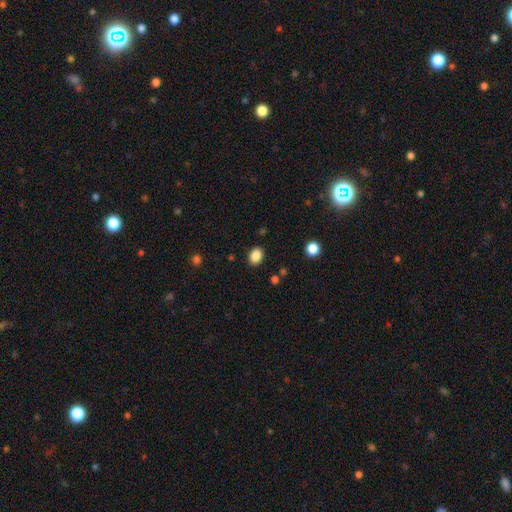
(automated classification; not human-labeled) A smooth galaxy with no disk features (87%) that is in between round and cigar-shaped (62%).

Vote fractions:
- Smooth or featured? smooth: 87% / star or artifact: 10% / featured or disk: 4%
- How rounded? in between: 62% / round: 38% / cigar-shaped: 1%
- Merging? none: 87% / minor disturbance: 9% / major disturbance: 2% / merger: 2%